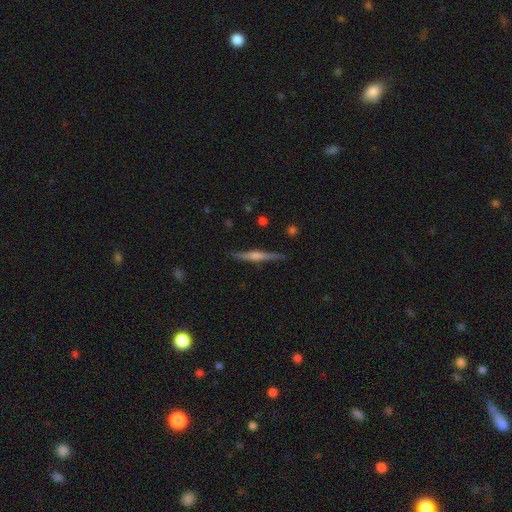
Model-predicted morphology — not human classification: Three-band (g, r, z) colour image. It shows a featured or disk galaxy (70%) viewed edge-on (98%) with a rounded central bulge (72%). Merging: none (88%).